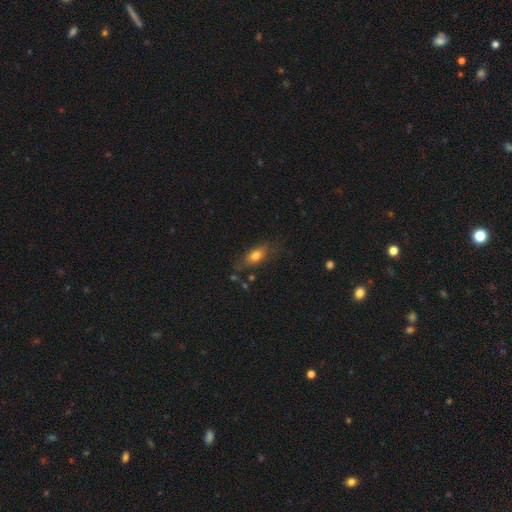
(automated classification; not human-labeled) smooth-or-featured: smooth: 71% | featured or disk: 20% | star or artifact: 9%
  how-rounded: in between: 74% | cigar-shaped: 17% | round: 8%
  merging: none: 68% | minor disturbance: 21% | major disturbance: 7% | merger: 4%